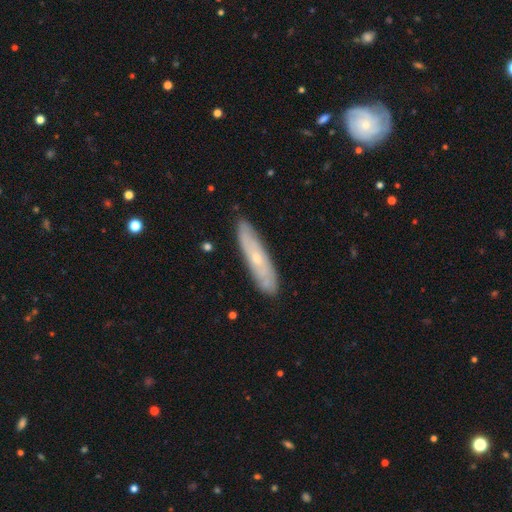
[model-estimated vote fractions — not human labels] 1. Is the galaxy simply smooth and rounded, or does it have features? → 52% featured or disk, 38% smooth, 9% star or artifact.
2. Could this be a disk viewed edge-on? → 51% yes, 49% no.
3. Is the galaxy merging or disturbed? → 85% none, 12% minor disturbance, 2% major disturbance, 1% merger.